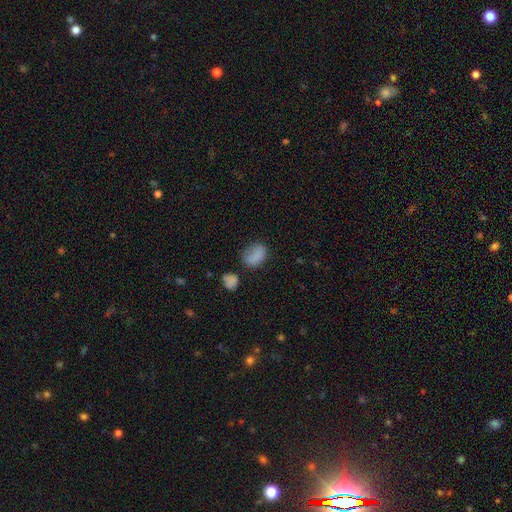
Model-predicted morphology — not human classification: smooth-or-featured: smooth: 80% | star or artifact: 12% | featured or disk: 8%
  how-rounded: in between: 79% | round: 20% | cigar-shaped: 2%
  merging: none: 56% | minor disturbance: 25% | major disturbance: 11% | merger: 8%